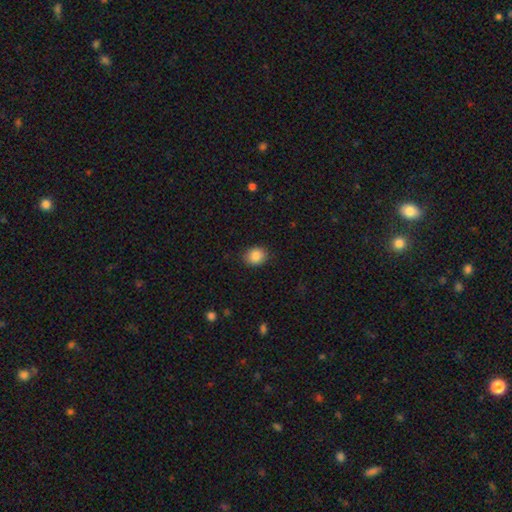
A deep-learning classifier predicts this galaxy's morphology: Smooth or featured: smooth — 87% (star or artifact — 8%)
How rounded: round — 58% (in between — 41%)
Merging: none — 87% (minor disturbance — 10%)